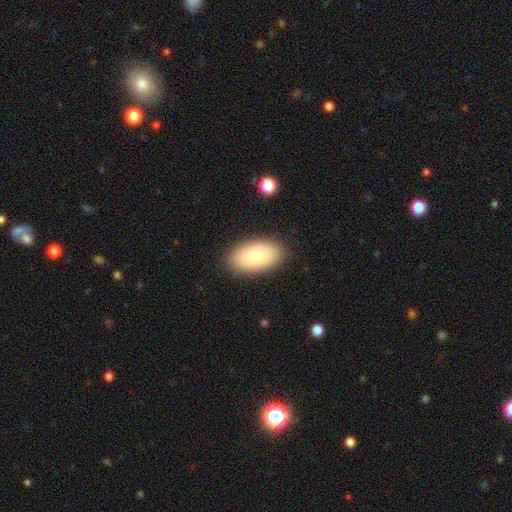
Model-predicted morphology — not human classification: Overall: smooth (78%). How rounded: in between (94%). Merging: none (88%).